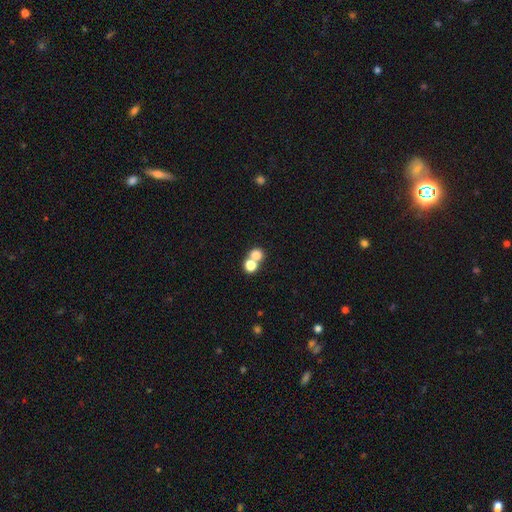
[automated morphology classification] A smooth galaxy with no disk features (76%) that is round (79%).

Vote fractions:
- Smooth or featured? smooth: 76% / star or artifact: 14% / featured or disk: 10%
- How rounded? round: 79% / in between: 20% / cigar-shaped: 1%
- Merging? merger: 49% / none: 42% / minor disturbance: 6% / major disturbance: 3%